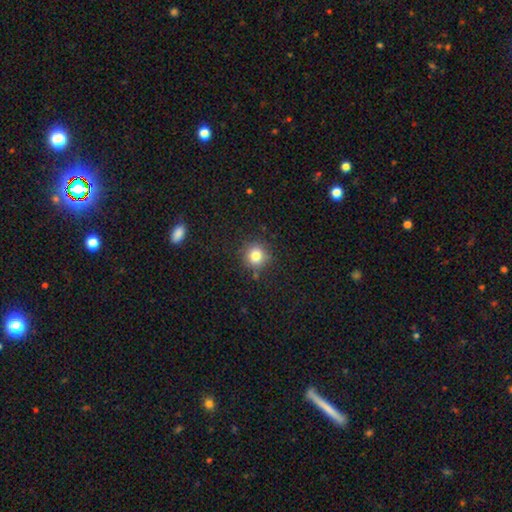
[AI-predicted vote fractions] smooth-or-featured: smooth: 81% | star or artifact: 12% | featured or disk: 6%
  how-rounded: round: 91% | in between: 8% | cigar-shaped: 1%
  merging: none: 84% | minor disturbance: 10% | major disturbance: 3% | merger: 3%